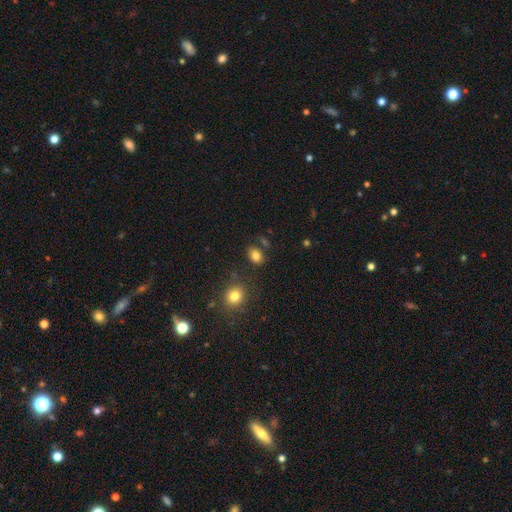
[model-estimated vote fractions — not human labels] smooth_or_featured: smooth (p=0.81) [alt: star or artifact p=0.12]
how_rounded: in between (p=0.71) [alt: round p=0.27]
merging: none (p=0.77) [alt: minor disturbance p=0.12]